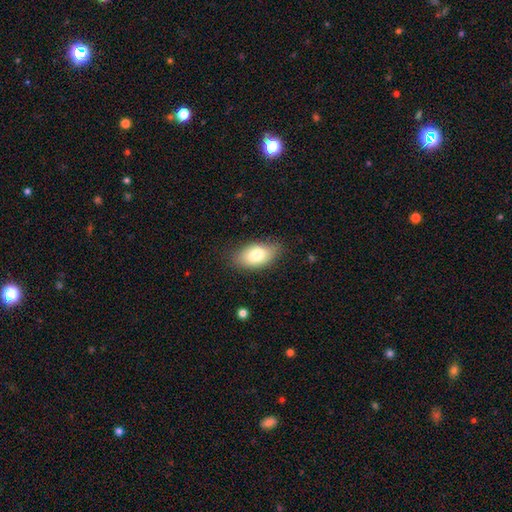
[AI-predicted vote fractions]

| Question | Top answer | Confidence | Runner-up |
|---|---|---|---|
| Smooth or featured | smooth | 80% | featured or disk (13%) |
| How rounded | in between | 92% | round (5%) |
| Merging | none | 77% | minor disturbance (18%) |